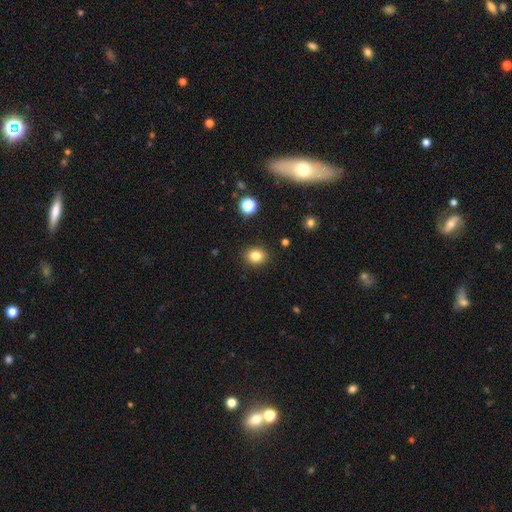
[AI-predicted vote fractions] Smooth or featured?
  - smooth: 82% *
  - star or artifact: 12%
  - featured or disk: 6%
How rounded?
  - round: 63% *
  - in between: 36%
  - cigar-shaped: 1%
Merging?
  - none: 89% *
  - minor disturbance: 8%
  - major disturbance: 2%
  - merger: 1%